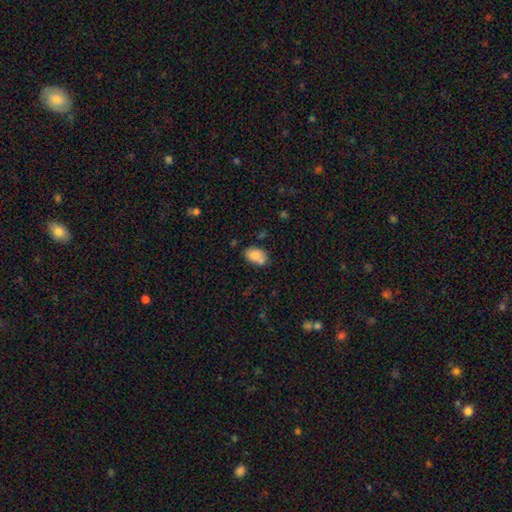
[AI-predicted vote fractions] Smooth or featured: smooth — 81% (featured or disk — 10%)
How rounded: in between — 82% (round — 16%)
Merging: none — 53% (merger — 23%)